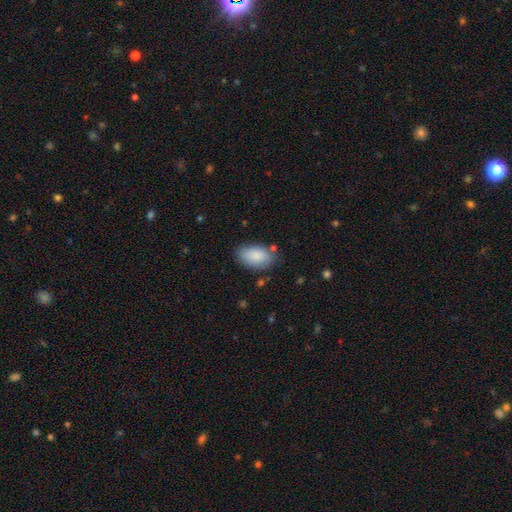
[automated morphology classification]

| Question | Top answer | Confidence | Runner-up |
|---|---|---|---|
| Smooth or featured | smooth | 87% | featured or disk (7%) |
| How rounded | in between | 94% | round (4%) |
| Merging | none | 76% | minor disturbance (17%) |